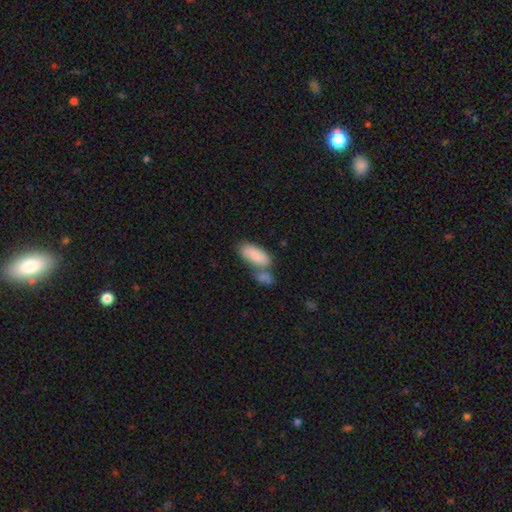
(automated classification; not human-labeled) This appears to be a smooth galaxy with no disk features (83%) that is in between round and cigar-shaped (87%). Merging: merger (44%).